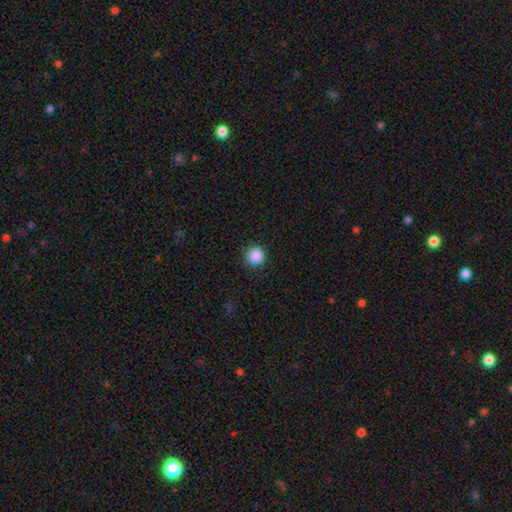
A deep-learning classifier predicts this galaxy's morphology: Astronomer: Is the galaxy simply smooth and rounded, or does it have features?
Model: smooth — 88%.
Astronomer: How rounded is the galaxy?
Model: round — 96%.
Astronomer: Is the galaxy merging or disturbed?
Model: none — 92%.